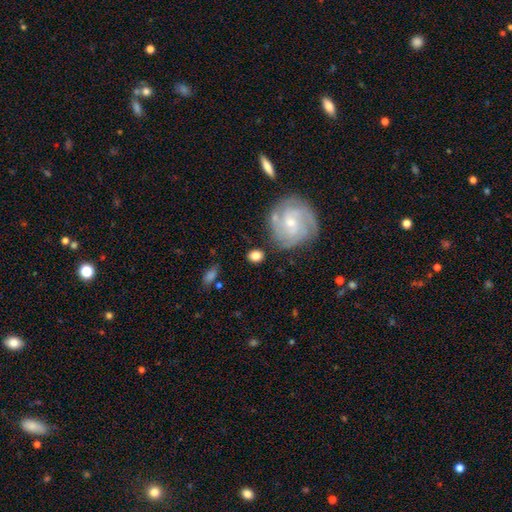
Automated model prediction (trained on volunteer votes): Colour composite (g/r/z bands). It shows a smooth galaxy with no disk features (67%) that is round (61%). Merging: none (76%).